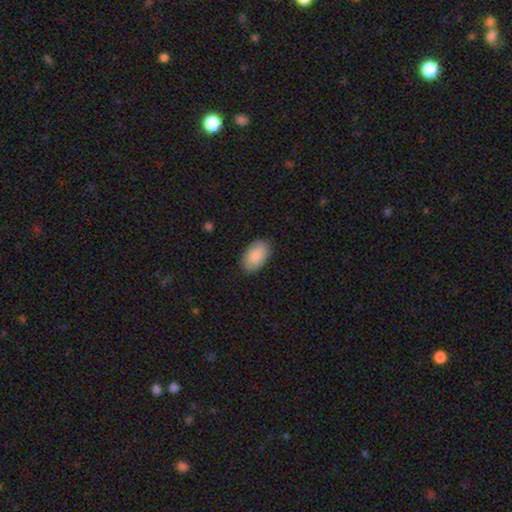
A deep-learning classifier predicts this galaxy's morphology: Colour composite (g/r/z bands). It shows a smooth galaxy with no disk features (88%) that is in between round and cigar-shaped (94%). Merging: none (86%).